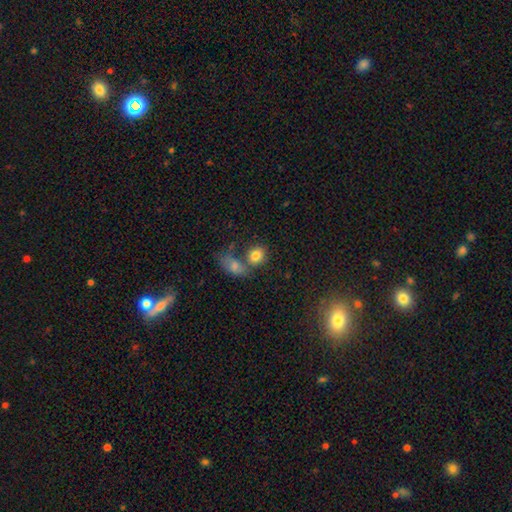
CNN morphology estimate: Q: Smooth or featured?
A: smooth (82%); runner-up: star or artifact (10%)
Q: How rounded?
A: round (53%); runner-up: in between (45%)
Q: Merging?
A: none (48%); runner-up: merger (36%)